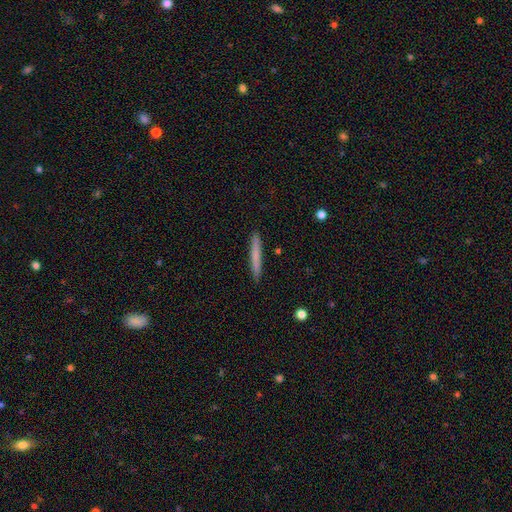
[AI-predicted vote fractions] smooth 72%, featured or disk 22%, star or artifact 6%. Down the decision tree: how rounded — cigar-shaped (97%); merging — none (92%).